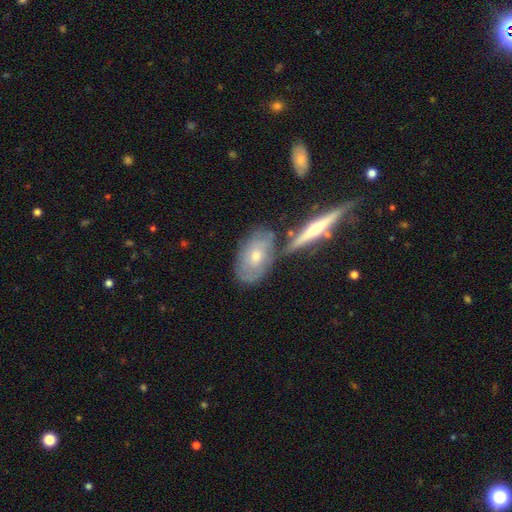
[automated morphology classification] featured or disk 59%, smooth 33%, star or artifact 7%. Down the decision tree: edge-on disk — no (71%); merging — none (63%).